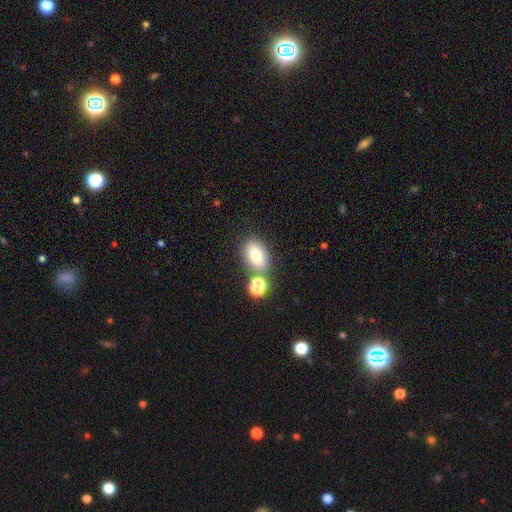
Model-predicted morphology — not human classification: This is likely a smooth galaxy (76%). How rounded: clearly in between (84%). Merging: likely none (66%).